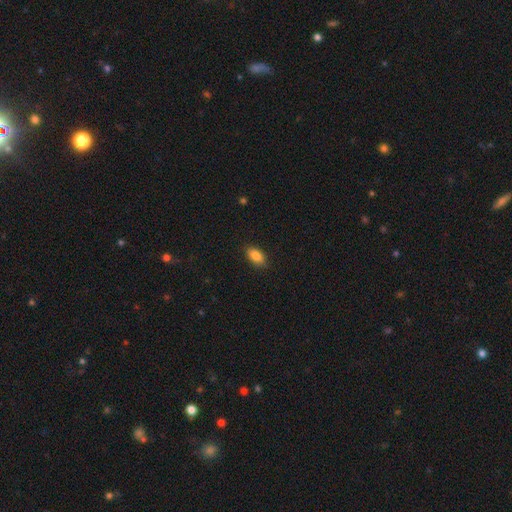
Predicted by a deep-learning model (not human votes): smooth_or_featured: smooth (p=0.87) [alt: star or artifact p=0.08]
how_rounded: in between (p=0.91) [alt: round p=0.05]
merging: none (p=0.87) [alt: minor disturbance p=0.10]